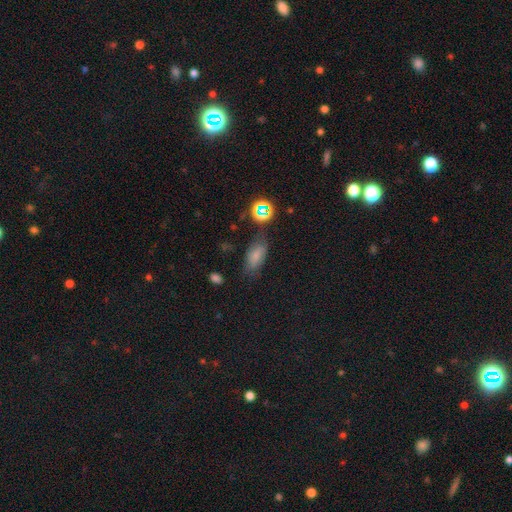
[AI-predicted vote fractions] A smooth galaxy with no disk features (68%) that is in between round and cigar-shaped (87%).

Vote fractions:
- Smooth or featured? smooth: 68% / star or artifact: 17% / featured or disk: 15%
- How rounded? in between: 87% / cigar-shaped: 7% / round: 7%
- Merging? none: 65% / minor disturbance: 23% / major disturbance: 8% / merger: 4%